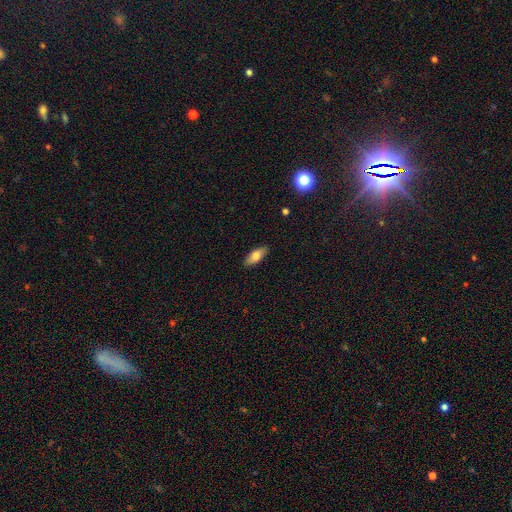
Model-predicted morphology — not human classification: The model was most divided on "smooth or featured": smooth: 75%, featured or disk: 18%, star or artifact: 6%. More confident: merging — none (89%); how rounded — in between (77%).